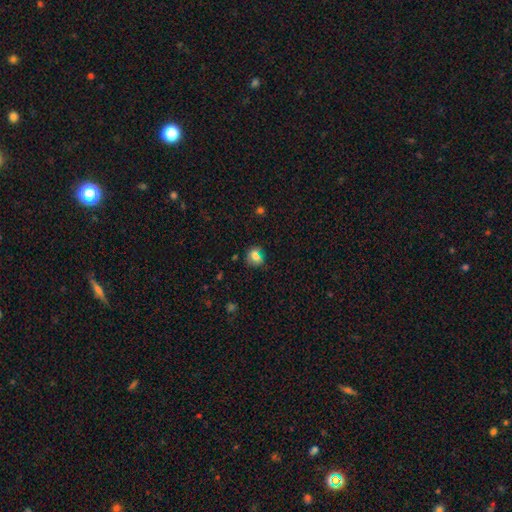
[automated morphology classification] smooth_or_featured: smooth (p=0.75) [alt: star or artifact p=0.14]
how_rounded: round (p=0.71) [alt: in between p=0.28]
merging: none (p=0.66) [alt: minor disturbance p=0.21]